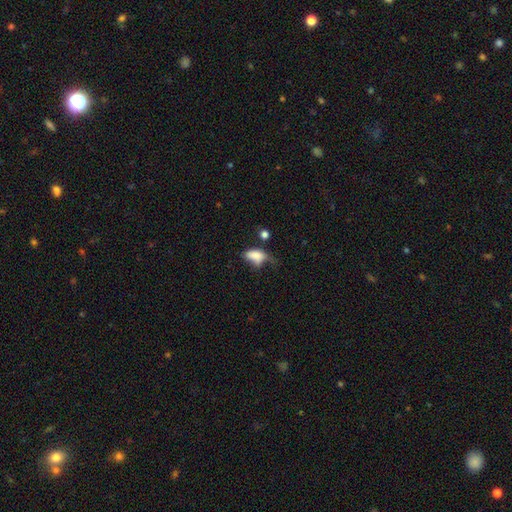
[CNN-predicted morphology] Q: Smooth or featured?
A: smooth (75%); runner-up: featured or disk (15%)
Q: How rounded?
A: in between (86%); runner-up: round (8%)
Q: Merging?
A: major disturbance (32%); runner-up: minor disturbance (31%)